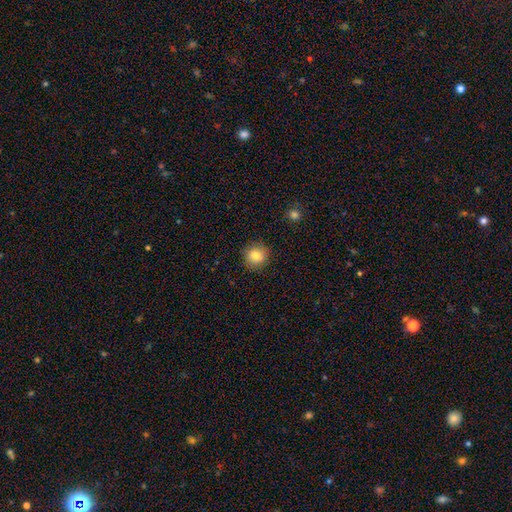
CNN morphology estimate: type=smooth (82%); roundness=round (89%); merging=none (88%).